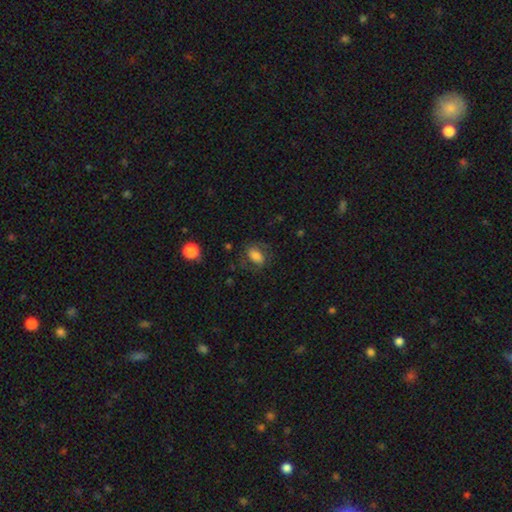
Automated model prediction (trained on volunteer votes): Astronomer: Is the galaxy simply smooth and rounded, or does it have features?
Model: smooth — 66%.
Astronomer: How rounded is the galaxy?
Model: in between — 81%.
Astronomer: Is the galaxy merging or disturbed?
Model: none — 65%.